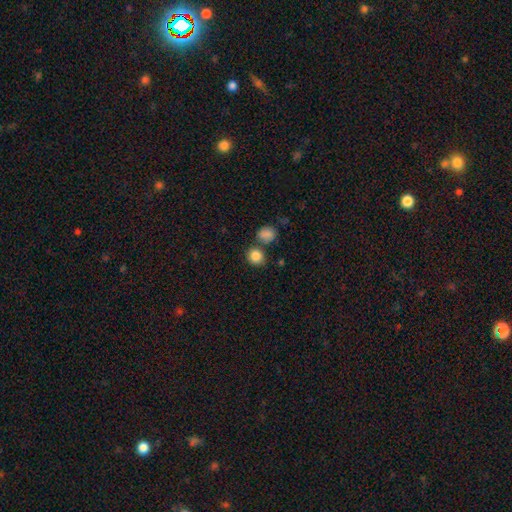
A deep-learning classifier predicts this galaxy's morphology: Smooth or featured?
  - smooth: 85% *
  - star or artifact: 9%
  - featured or disk: 5%
How rounded?
  - round: 79% *
  - in between: 20%
  - cigar-shaped: 1%
Merging?
  - none: 67% *
  - merger: 19%
  - minor disturbance: 11%
  - major disturbance: 3%